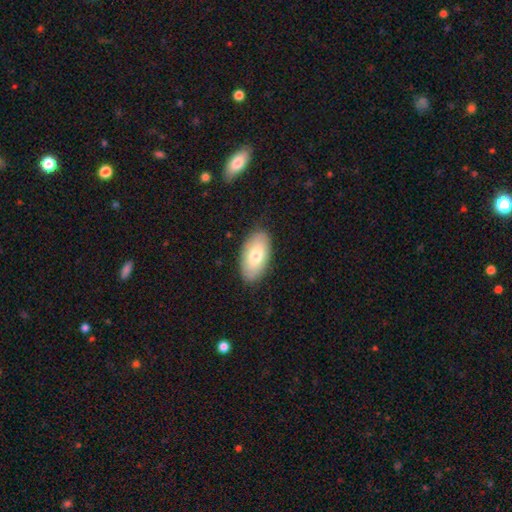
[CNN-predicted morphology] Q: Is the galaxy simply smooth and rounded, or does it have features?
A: smooth — 75%.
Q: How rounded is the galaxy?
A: in between — 95%.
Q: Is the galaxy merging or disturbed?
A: none — 87%.